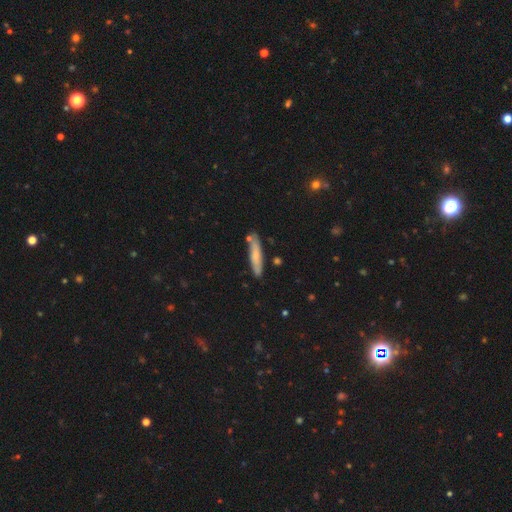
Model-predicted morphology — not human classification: Q: Smooth or featured?
A: smooth (66%); runner-up: featured or disk (28%)
Q: How rounded?
A: cigar-shaped (88%); runner-up: in between (10%)
Q: Merging?
A: none (79%); runner-up: minor disturbance (14%)